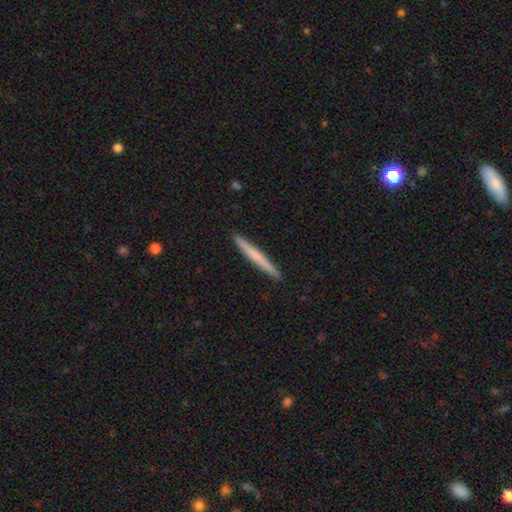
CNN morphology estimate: type=smooth (59%); roundness=cigar-shaped (97%); merging=none (92%).